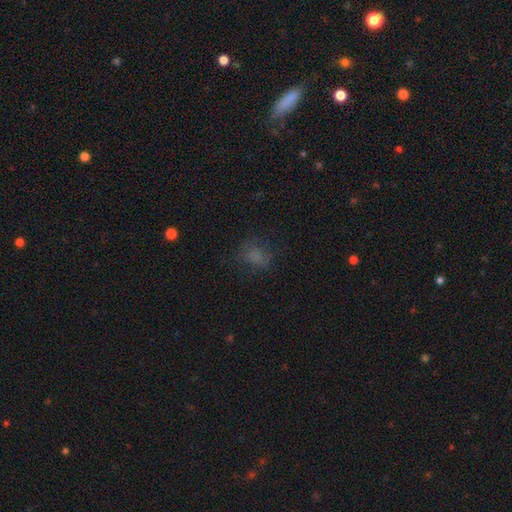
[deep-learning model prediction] smooth 68%, star or artifact 20%, featured or disk 12%. Down the decision tree: how rounded — in between (51%); merging — none (66%).